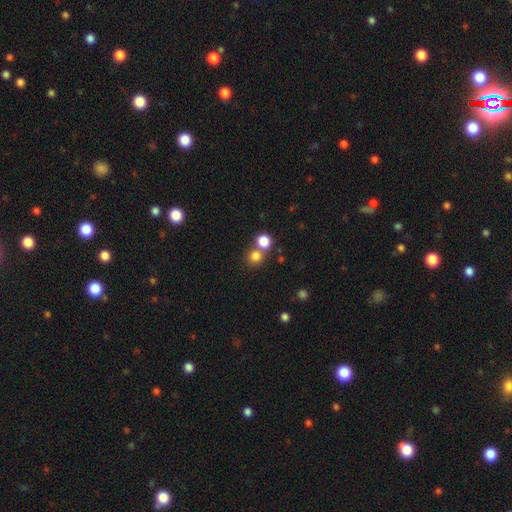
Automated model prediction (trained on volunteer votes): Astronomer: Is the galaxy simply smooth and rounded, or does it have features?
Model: smooth — 79%.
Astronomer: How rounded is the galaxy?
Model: round — 88%.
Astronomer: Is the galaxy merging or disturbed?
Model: none — 58% (runner-up: merger, 33%).